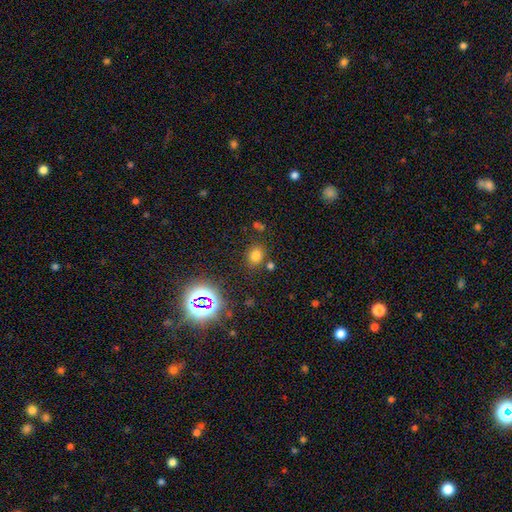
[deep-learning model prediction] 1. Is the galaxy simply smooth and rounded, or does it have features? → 71% smooth, 22% star or artifact, 7% featured or disk.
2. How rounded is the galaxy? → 62% round, 37% in between, 1% cigar-shaped.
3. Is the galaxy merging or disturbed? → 77% none, 12% minor disturbance, 7% merger, 4% major disturbance.